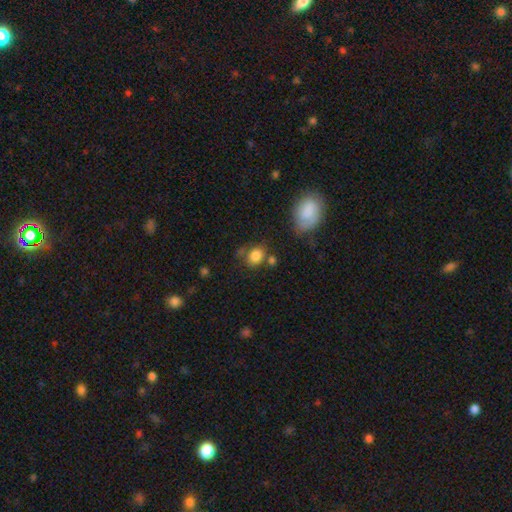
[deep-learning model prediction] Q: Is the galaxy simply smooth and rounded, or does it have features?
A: smooth — 83%.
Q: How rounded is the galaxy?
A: round — 63%.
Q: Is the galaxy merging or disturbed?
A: none — 63%.